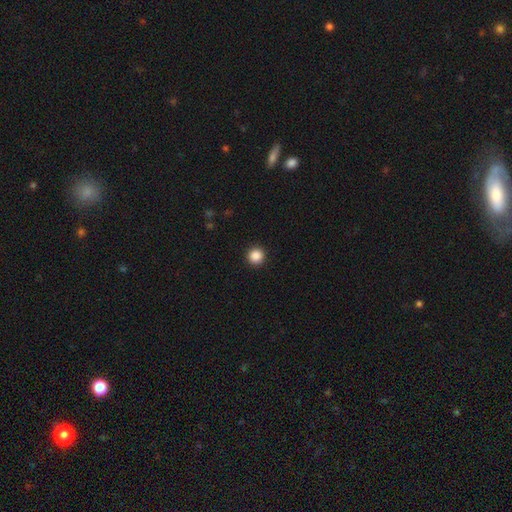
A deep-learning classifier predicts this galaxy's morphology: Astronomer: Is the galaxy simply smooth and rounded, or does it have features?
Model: smooth — 87%.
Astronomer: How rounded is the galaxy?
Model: round — 96%.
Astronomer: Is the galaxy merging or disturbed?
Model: none — 93%.